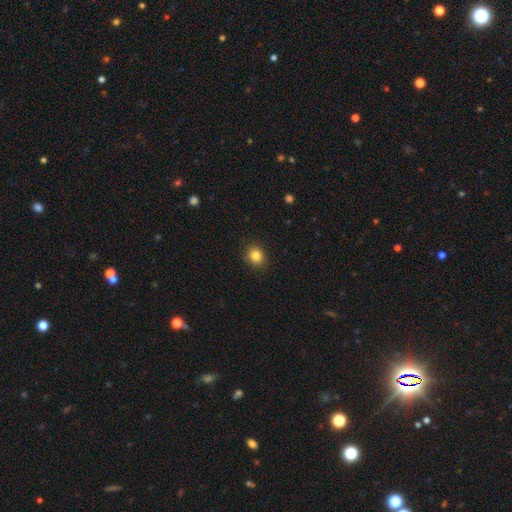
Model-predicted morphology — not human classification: smooth_or_featured: smooth (p=0.84) [alt: star or artifact p=0.11]
how_rounded: round (p=0.66) [alt: in between p=0.33]
merging: none (p=0.87) [alt: minor disturbance p=0.09]